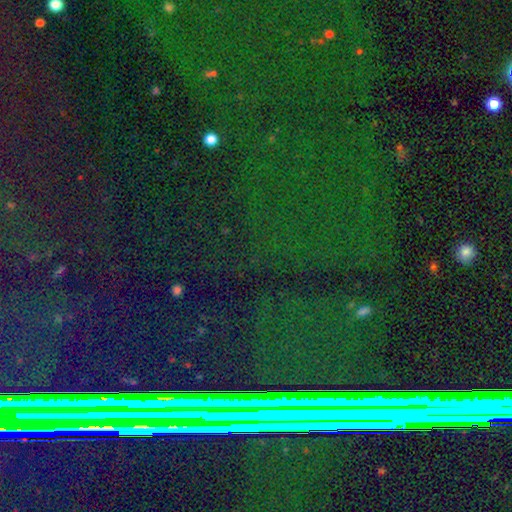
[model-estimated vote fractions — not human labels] Smooth or featured?
  - star or artifact: 84% *
  - smooth: 9%
  - featured or disk: 8%